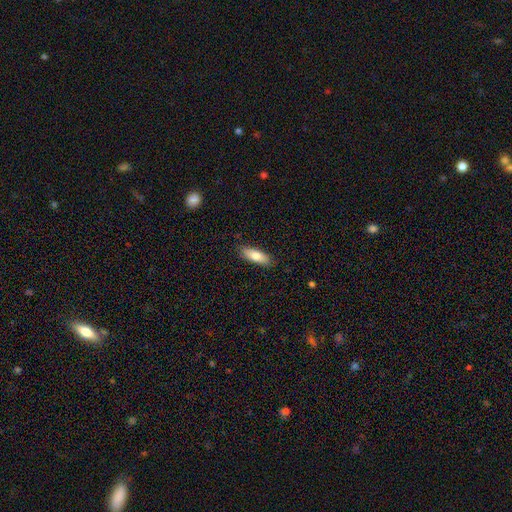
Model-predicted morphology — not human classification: This is likely a smooth galaxy (79%). How rounded: likely in between (64%). Merging: clearly none (86%).